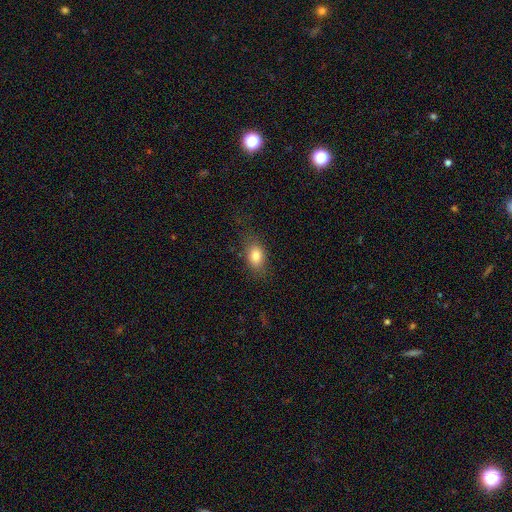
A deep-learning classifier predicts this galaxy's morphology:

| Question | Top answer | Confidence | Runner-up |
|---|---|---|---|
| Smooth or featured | smooth | 81% | featured or disk (10%) |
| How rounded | in between | 79% | round (18%) |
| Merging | none | 74% | minor disturbance (17%) |